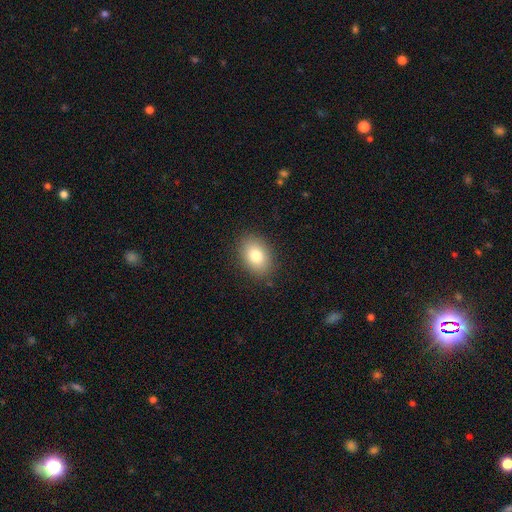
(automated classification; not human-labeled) Smooth or featured? smooth (79%)
How rounded? in between (80%)
Merging? none (87%)